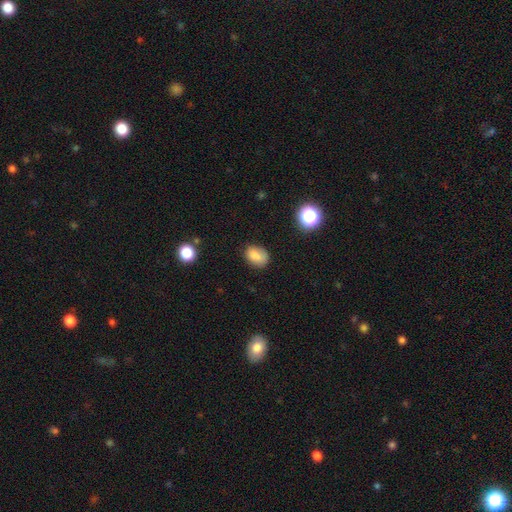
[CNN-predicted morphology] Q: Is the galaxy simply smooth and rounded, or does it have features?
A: smooth — 80%.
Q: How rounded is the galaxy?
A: in between — 69%.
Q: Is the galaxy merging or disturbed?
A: none — 69%.